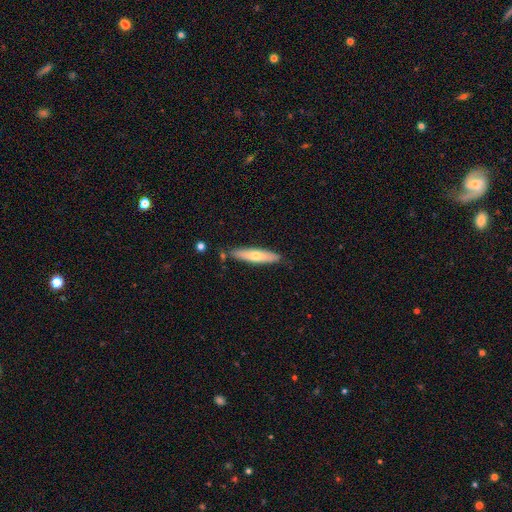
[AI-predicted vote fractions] Overall: smooth (59%; featured or disk 36%). How rounded: cigar-shaped (82%). Merging: none (84%).